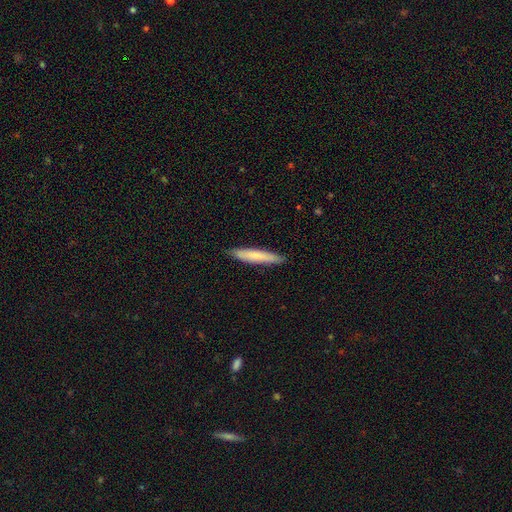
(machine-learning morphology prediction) Smooth or featured? smooth (75%)
How rounded? cigar-shaped (93%)
Merging? none (90%)